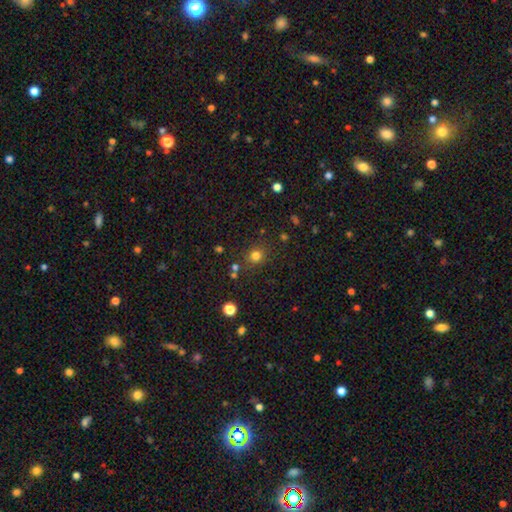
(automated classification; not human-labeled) The model was most divided on "smooth or featured": smooth: 78%, star or artifact: 16%, featured or disk: 6%. More confident: how rounded — round (85%); merging — none (83%).